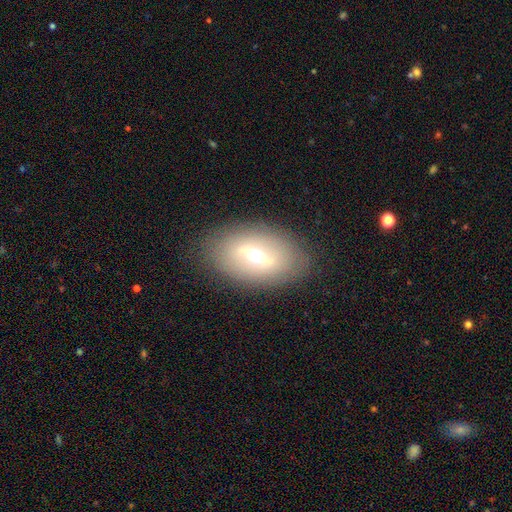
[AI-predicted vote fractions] featured or disk 51%, smooth 39%, star or artifact 9%. Down the decision tree: edge-on disk — no (83%); merging — none (83%).